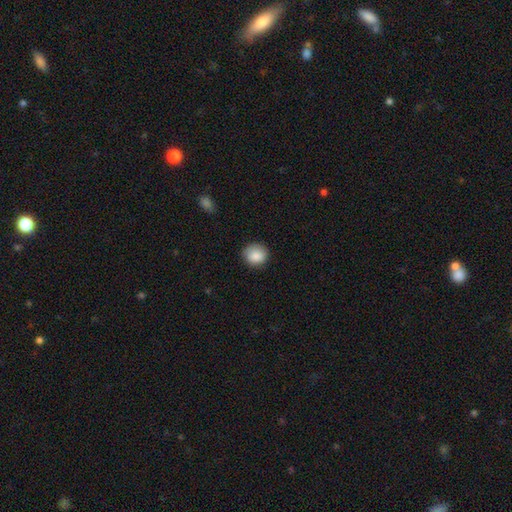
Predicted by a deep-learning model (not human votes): smooth-or-featured: smooth: 87% | star or artifact: 8% | featured or disk: 5%
  how-rounded: round: 84% | in between: 15% | cigar-shaped: 1%
  merging: none: 84% | minor disturbance: 13% | major disturbance: 3% | merger: 1%